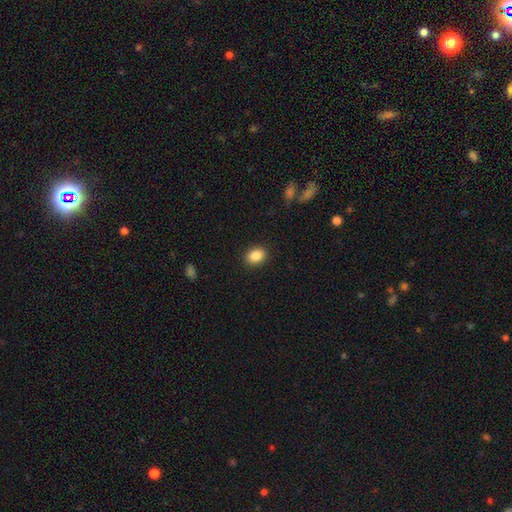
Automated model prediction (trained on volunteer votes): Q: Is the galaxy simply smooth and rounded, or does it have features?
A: smooth — 87%.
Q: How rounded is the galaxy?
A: in between — 70%.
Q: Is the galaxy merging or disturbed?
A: none — 89%.